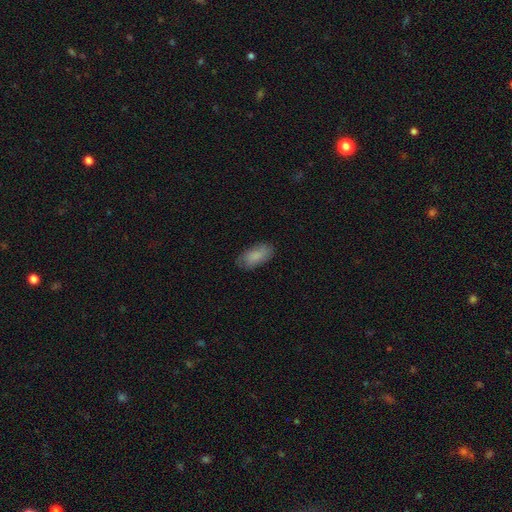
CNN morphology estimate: Overall: smooth (85%). How rounded: in between (91%). Merging: none (79%).